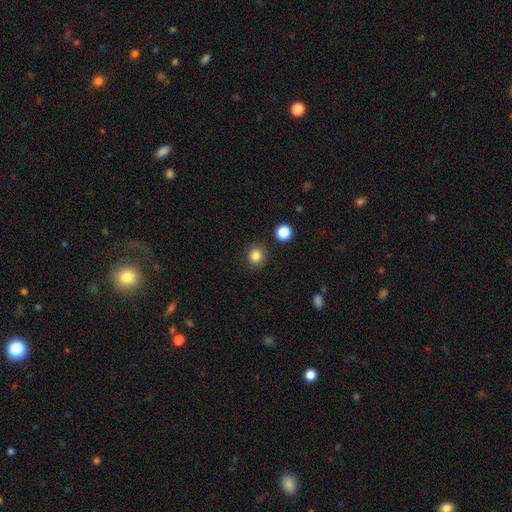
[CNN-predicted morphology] Smooth or featured? Predicted: smooth (p=0.83). How rounded? Predicted: round (p=0.87). Merging? Predicted: none (p=0.88).